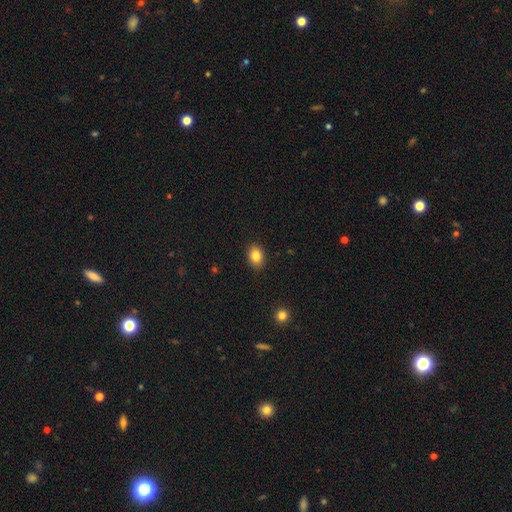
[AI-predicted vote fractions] smooth 84%, star or artifact 10%, featured or disk 6%. Down the decision tree: how rounded — in between (66%); merging — none (89%).